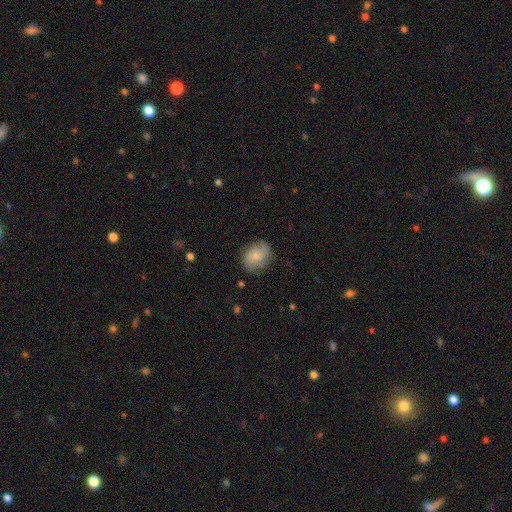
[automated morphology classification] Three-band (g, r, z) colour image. It shows a smooth galaxy with no disk features (67%) that is in between round and cigar-shaped (59%). Merging: none (69%).